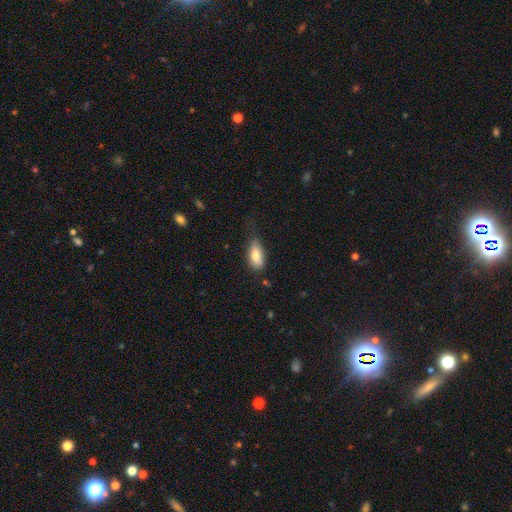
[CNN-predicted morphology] Q: Smooth or featured?
A: smooth (80%); runner-up: featured or disk (13%)
Q: How rounded?
A: in between (88%); runner-up: cigar-shaped (9%)
Q: Merging?
A: none (57%); runner-up: minor disturbance (32%)